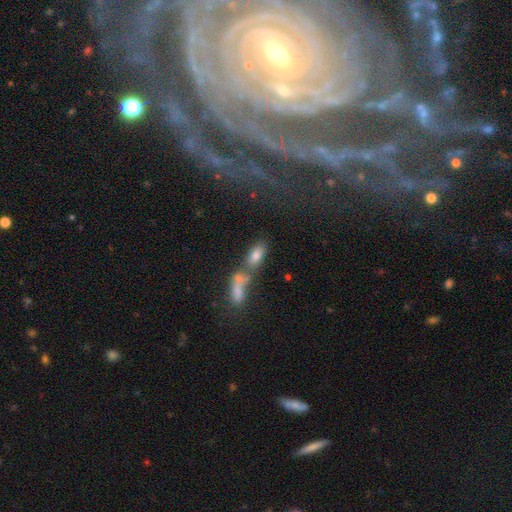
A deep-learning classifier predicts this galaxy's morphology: Smooth or featured: smooth — 68% (featured or disk — 19%)
How rounded: in between — 76% (cigar-shaped — 19%)
Merging: merger — 53% (none — 31%)